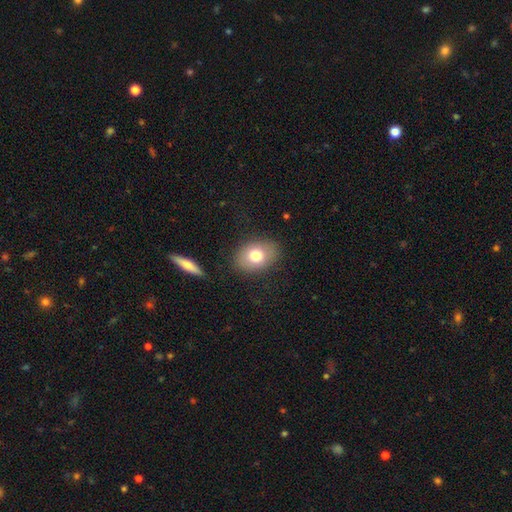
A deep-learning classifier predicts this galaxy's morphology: The model was most divided on "how rounded": in between: 73%, round: 25%, cigar-shaped: 1%. More confident: merging — none (83%); smooth or featured — smooth (74%).